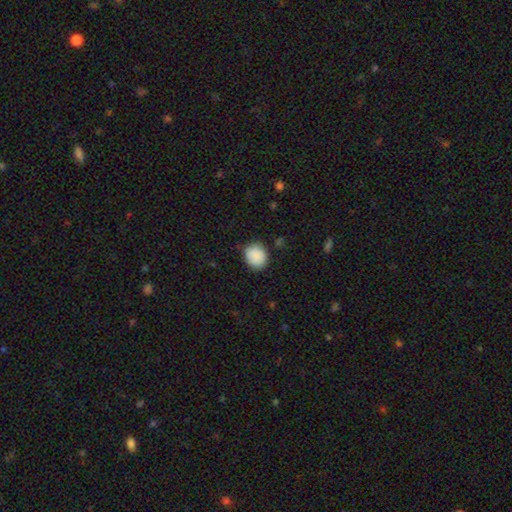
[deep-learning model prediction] The model was most divided on "how rounded": round: 70%, in between: 29%, cigar-shaped: 1%. More confident: smooth or featured — smooth (87%); merging — none (81%).